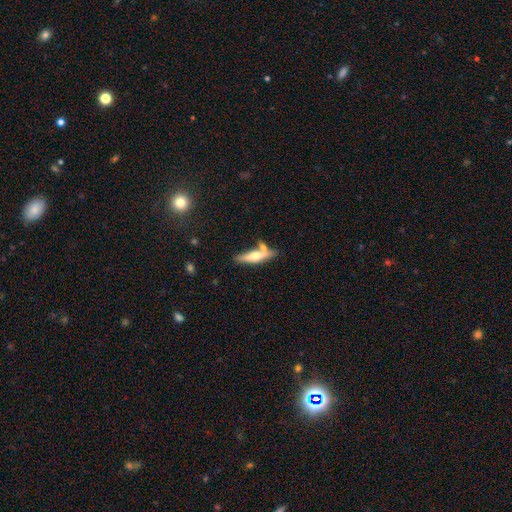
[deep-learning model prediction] A smooth galaxy with no disk features (51%) that is cigar-shaped (74%).

Vote fractions:
- Smooth or featured? smooth: 51% / featured or disk: 43% / star or artifact: 6%
- How rounded? cigar-shaped: 74% / in between: 24% / round: 2%
- Merging? none: 58% / merger: 23% / minor disturbance: 15% / major disturbance: 5%